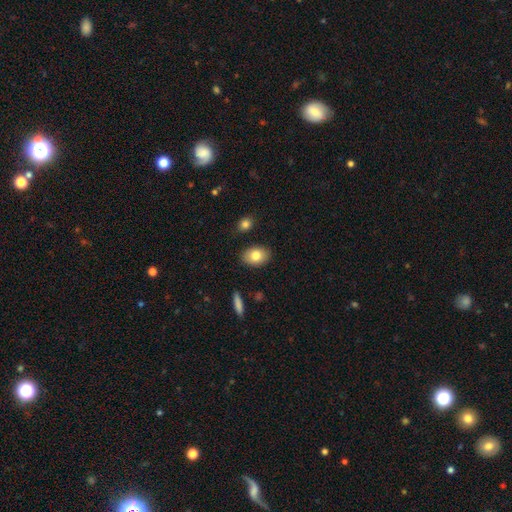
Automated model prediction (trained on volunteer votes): Overall: smooth (81%). How rounded: in between (82%). Merging: none (87%).